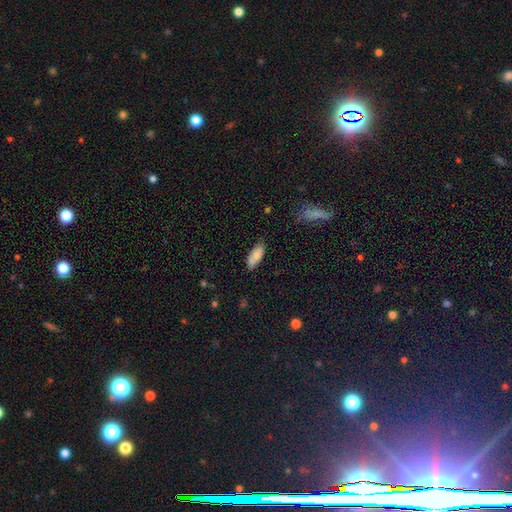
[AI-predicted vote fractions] This is clearly a smooth galaxy (81%). How rounded: clearly in between (80%). Merging: likely none (70%).